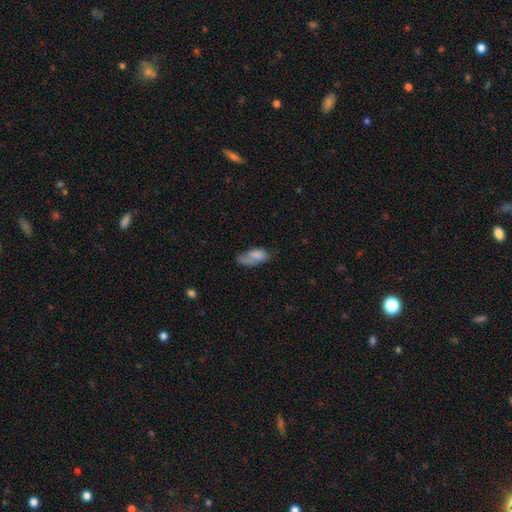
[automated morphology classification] smooth_or_featured: smooth (p=0.72) [alt: featured or disk p=0.20]
how_rounded: in between (p=0.90) [alt: cigar-shaped p=0.07]
merging: none (p=0.34) [alt: minor disturbance p=0.31]